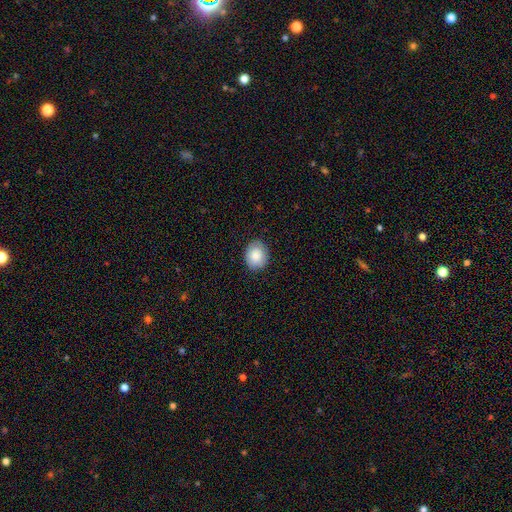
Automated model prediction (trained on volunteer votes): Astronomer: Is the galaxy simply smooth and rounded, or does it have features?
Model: smooth — 84%.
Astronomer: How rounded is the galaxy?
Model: round — 50% (runner-up: in between, 49%).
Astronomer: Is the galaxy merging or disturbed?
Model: none — 84%.